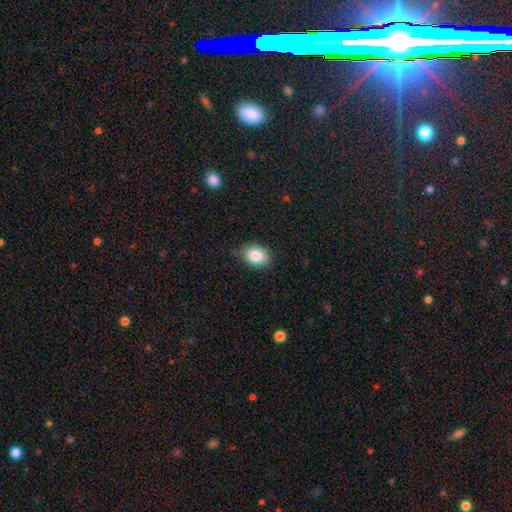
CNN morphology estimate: This appears to be a smooth galaxy with no disk features (85%) that is in between round and cigar-shaped (72%). Merging: none (78%).